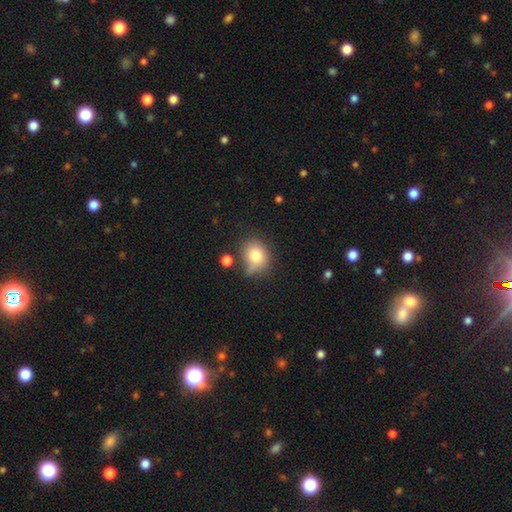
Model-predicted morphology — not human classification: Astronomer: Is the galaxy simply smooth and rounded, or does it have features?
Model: smooth — 79%.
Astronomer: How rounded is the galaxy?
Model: round — 59% (runner-up: in between, 40%).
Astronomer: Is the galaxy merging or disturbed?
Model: none — 55%.